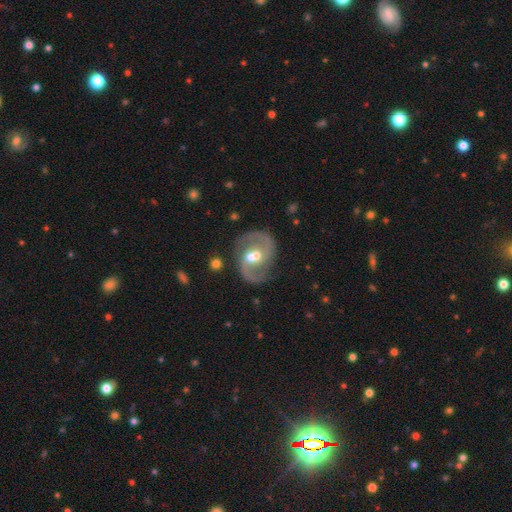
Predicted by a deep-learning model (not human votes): smooth_or_featured: featured or disk (p=0.88) [alt: smooth p=0.07]
disk_edge_on: no (p=0.98) [alt: yes p=0.02]
bar: weak (p=0.50) [alt: no p=0.29]
has_spiral_arms: yes (p=0.95) [alt: no p=0.05]
spiral_winding: medium (p=0.59) [alt: loose p=0.21]
spiral_arm_count: 2 (p=0.92) [alt: can't tell p=0.03]
bulge_size: moderate (p=0.72) [alt: small p=0.15]
merging: none (p=0.78) [alt: minor disturbance p=0.14]